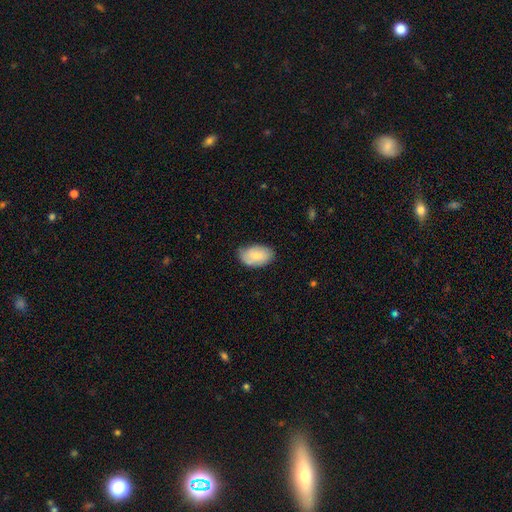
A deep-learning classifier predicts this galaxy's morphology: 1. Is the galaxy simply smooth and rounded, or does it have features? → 76% smooth, 18% featured or disk, 6% star or artifact.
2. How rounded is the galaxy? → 93% in between, 6% round, 1% cigar-shaped.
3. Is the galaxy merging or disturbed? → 70% none, 25% minor disturbance, 4% major disturbance, 1% merger.